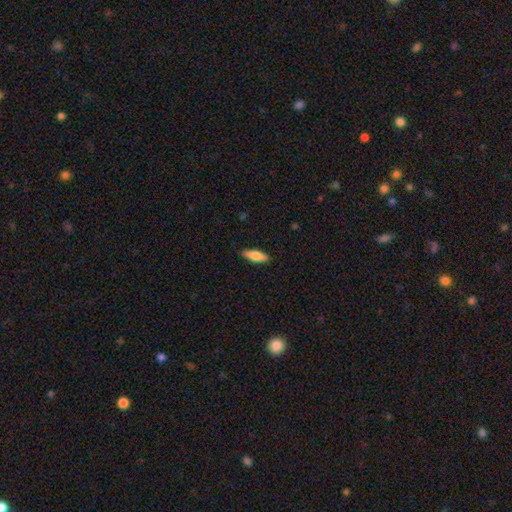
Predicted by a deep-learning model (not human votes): smooth-or-featured: smooth: 76% | featured or disk: 18% | star or artifact: 6%
  how-rounded: in between: 54% | cigar-shaped: 44% | round: 2%
  merging: none: 88% | minor disturbance: 9% | major disturbance: 2% | merger: 1%